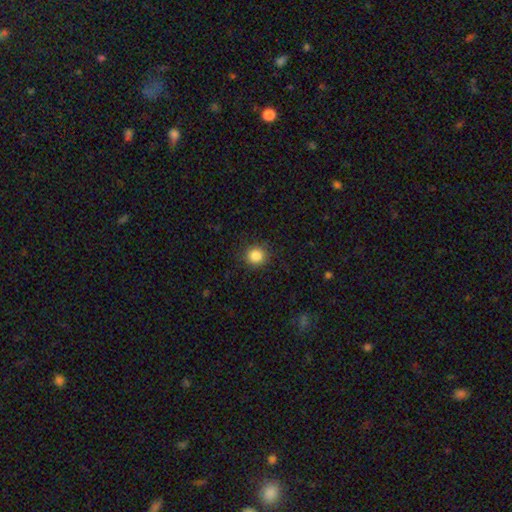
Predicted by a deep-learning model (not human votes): Smooth or featured: smooth — 85% (star or artifact — 10%)
How rounded: round — 90% (in between — 9%)
Merging: none — 90% (minor disturbance — 7%)